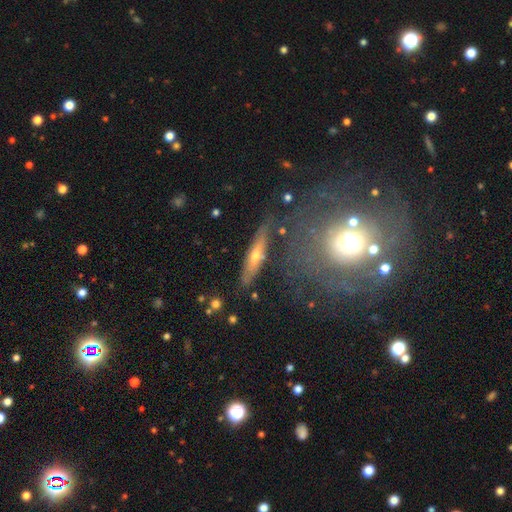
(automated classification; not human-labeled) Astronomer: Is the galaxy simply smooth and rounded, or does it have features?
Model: featured or disk — 51% (runner-up: smooth, 41%).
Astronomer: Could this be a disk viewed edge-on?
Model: yes — 74%.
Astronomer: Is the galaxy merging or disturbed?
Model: none — 76%.